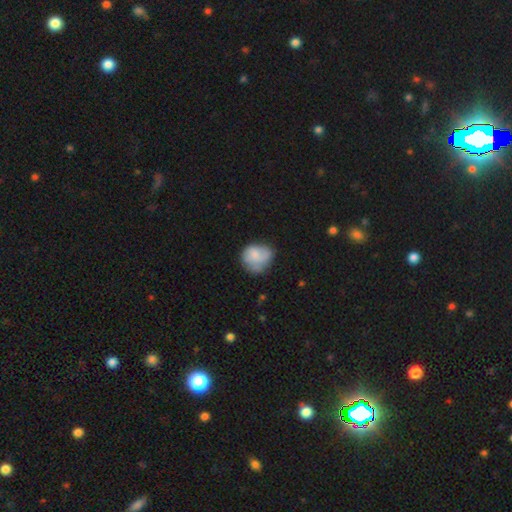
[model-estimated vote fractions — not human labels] Overall: smooth (68%). How rounded: round (67%; in between 32%). Merging: none (48%; minor disturbance 32%).